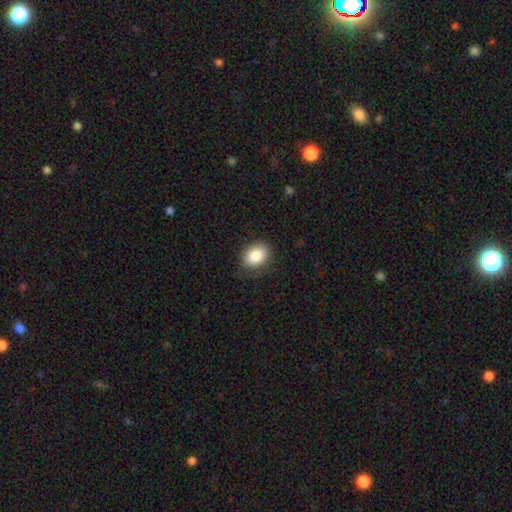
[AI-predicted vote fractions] This is clearly a smooth galaxy (86%). How rounded: likely in between (63%). Merging: clearly none (80%).